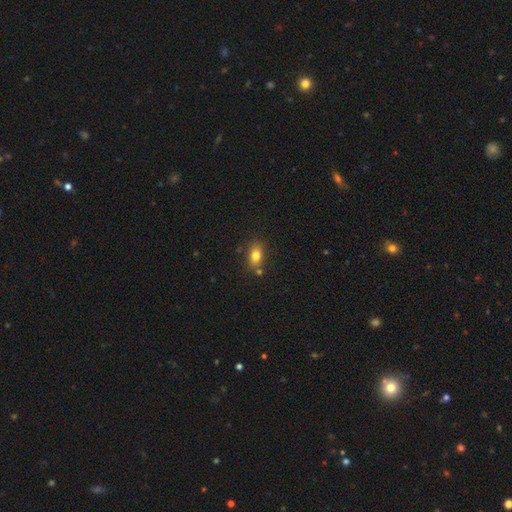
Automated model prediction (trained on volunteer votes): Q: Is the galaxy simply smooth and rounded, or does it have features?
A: smooth — 80%.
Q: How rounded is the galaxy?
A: in between — 77%.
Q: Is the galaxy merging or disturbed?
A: none — 73%.